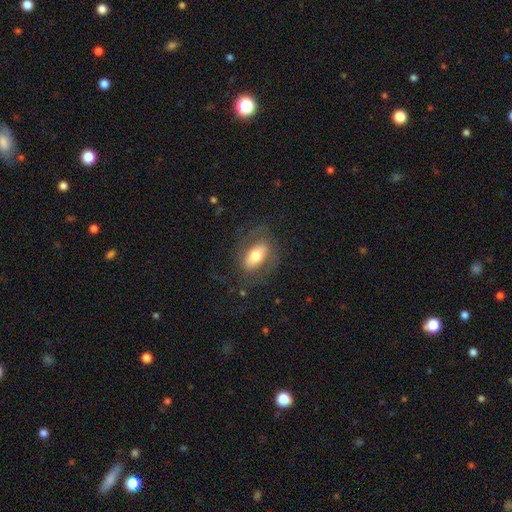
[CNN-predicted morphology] This appears to be a smooth galaxy with no disk features (56%) that is in between round and cigar-shaped (89%). Merging: none (67%).